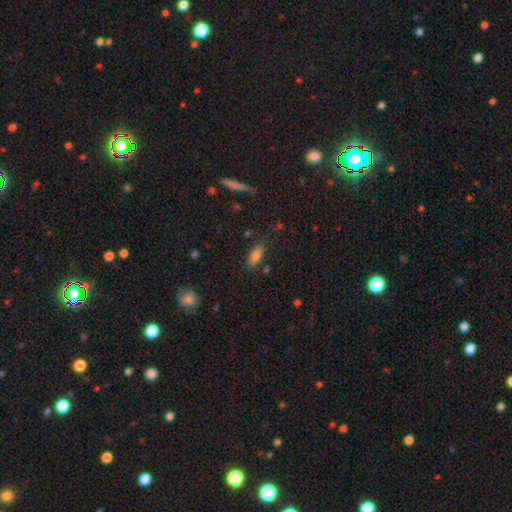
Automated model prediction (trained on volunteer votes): Morphology: type=smooth (81%); roundness=in between (78%); merging=none (78%).